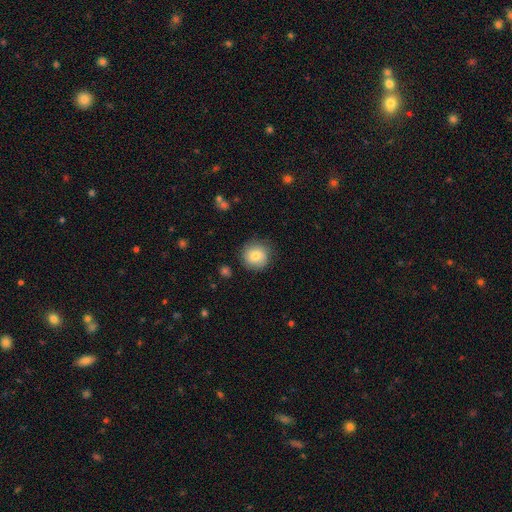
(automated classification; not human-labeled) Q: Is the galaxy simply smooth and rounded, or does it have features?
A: smooth — 79%.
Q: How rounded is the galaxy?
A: round — 92%.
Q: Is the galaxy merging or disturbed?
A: none — 83%.